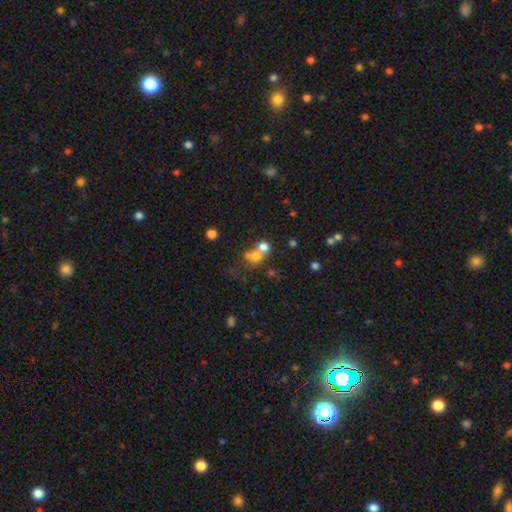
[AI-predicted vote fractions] This is likely a smooth galaxy (66%). How rounded: likely round (77%). Merging: possibly merger (57%).